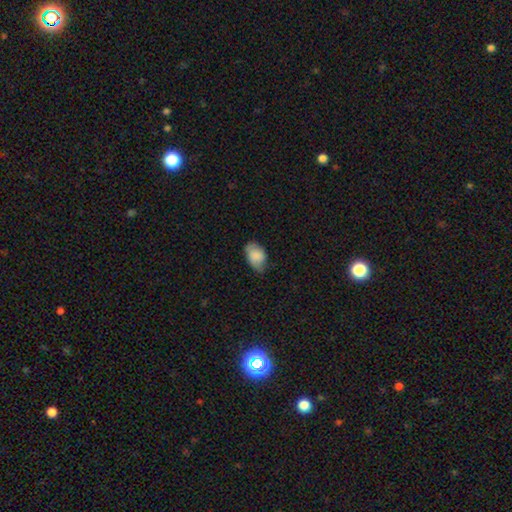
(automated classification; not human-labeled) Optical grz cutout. It shows a smooth galaxy with no disk features (82%) that is in between round and cigar-shaped (90%). Merging: none (58%).